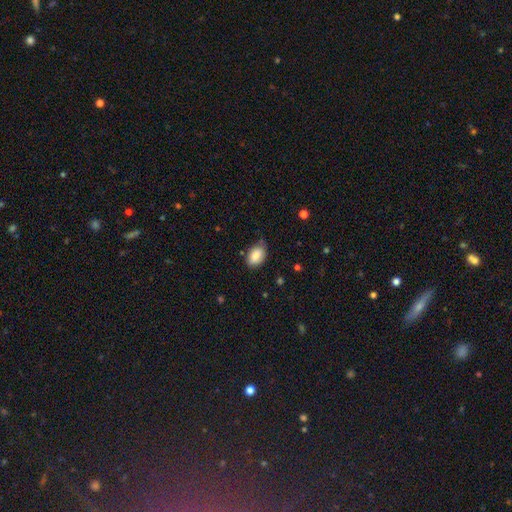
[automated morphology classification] smooth 83%, featured or disk 10%, star or artifact 7%. Down the decision tree: how rounded — in between (89%); merging — none (69%).